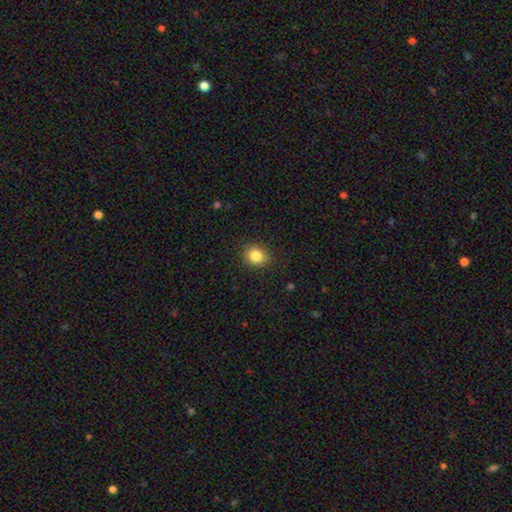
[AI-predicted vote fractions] smooth-or-featured: smooth: 84% | star or artifact: 10% | featured or disk: 6%
  how-rounded: round: 73% | in between: 26% | cigar-shaped: 1%
  merging: none: 88% | minor disturbance: 8% | major disturbance: 2% | merger: 1%